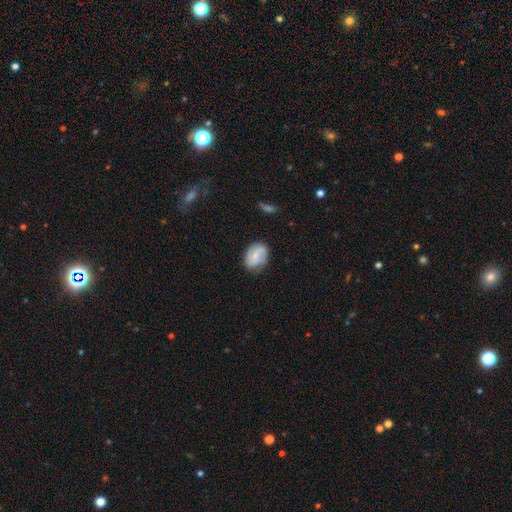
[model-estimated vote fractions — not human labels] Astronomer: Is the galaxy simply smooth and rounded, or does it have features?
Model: featured or disk — 50% (runner-up: smooth, 43%).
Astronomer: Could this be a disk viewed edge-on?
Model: no — 97%.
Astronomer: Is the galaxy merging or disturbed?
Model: none — 72%.